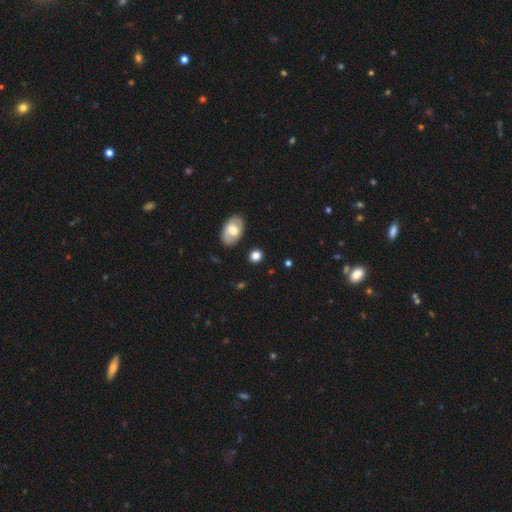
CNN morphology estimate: smooth_or_featured: smooth (p=0.77) [alt: featured or disk p=0.12]
how_rounded: round (p=0.60) [alt: in between p=0.38]
merging: none (p=0.84) [alt: minor disturbance p=0.10]